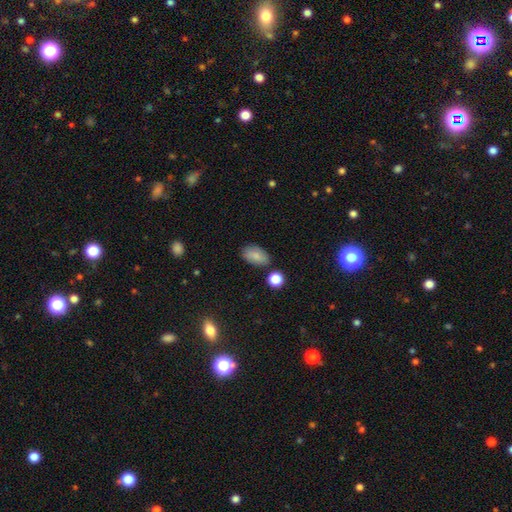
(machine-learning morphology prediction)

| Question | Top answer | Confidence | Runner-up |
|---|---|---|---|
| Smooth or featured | smooth | 82% | featured or disk (10%) |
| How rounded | in between | 91% | round (7%) |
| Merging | none | 79% | minor disturbance (15%) |